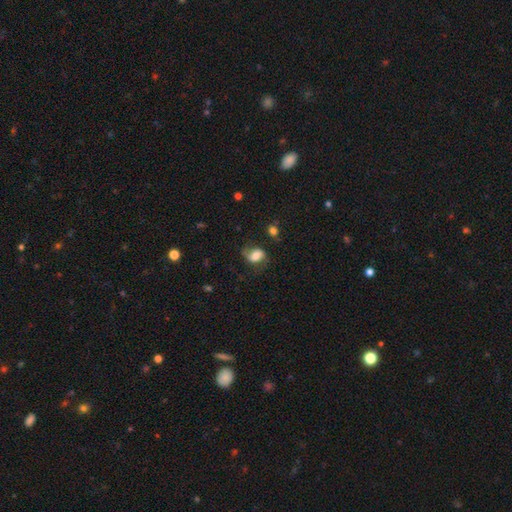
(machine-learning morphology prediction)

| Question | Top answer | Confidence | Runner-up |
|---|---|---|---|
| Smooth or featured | smooth | 61% | featured or disk (30%) |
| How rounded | in between | 69% | round (30%) |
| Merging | none | 54% | minor disturbance (27%) |